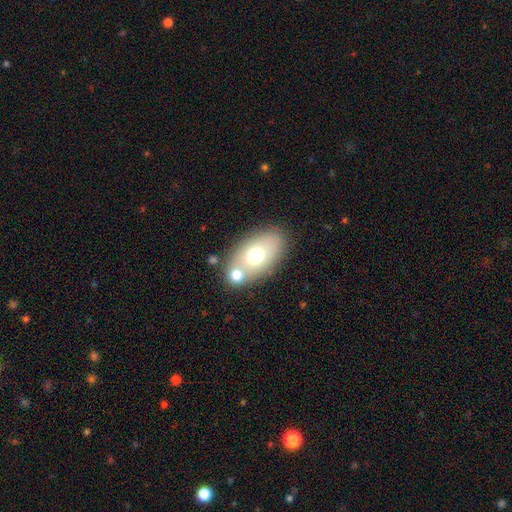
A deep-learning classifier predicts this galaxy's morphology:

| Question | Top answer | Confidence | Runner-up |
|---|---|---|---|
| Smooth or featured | smooth | 66% | featured or disk (24%) |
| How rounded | in between | 88% | round (10%) |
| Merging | none | 67% | merger (18%) |